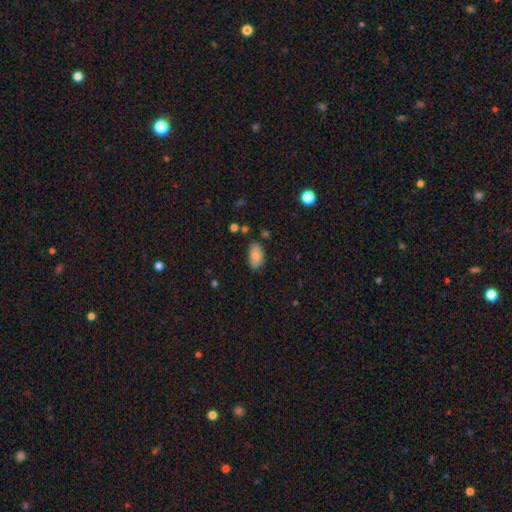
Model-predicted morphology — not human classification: smooth-or-featured: smooth: 82% | featured or disk: 10% | star or artifact: 8%
  how-rounded: in between: 93% | round: 4% | cigar-shaped: 2%
  merging: none: 74% | minor disturbance: 20% | major disturbance: 4% | merger: 3%